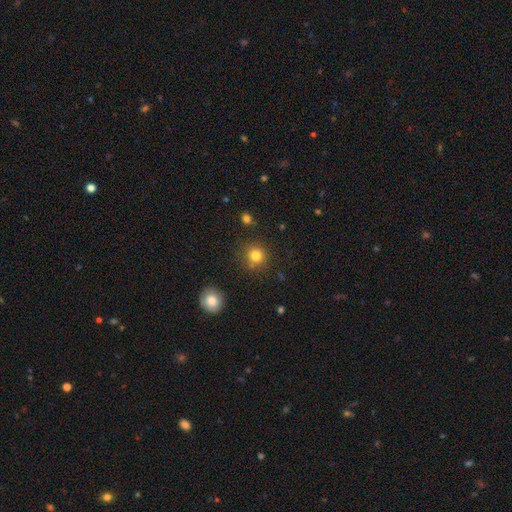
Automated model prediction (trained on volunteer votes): A smooth galaxy with no disk features (81%) that is round (91%). Merging: none (81%).